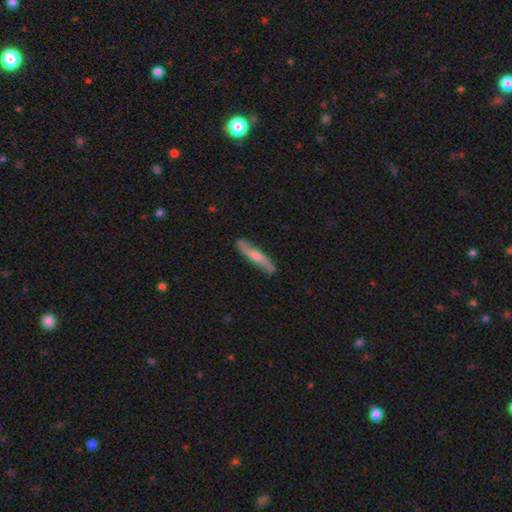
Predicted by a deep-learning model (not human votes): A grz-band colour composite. It shows a featured or disk galaxy (48%). Merging: none (82%).